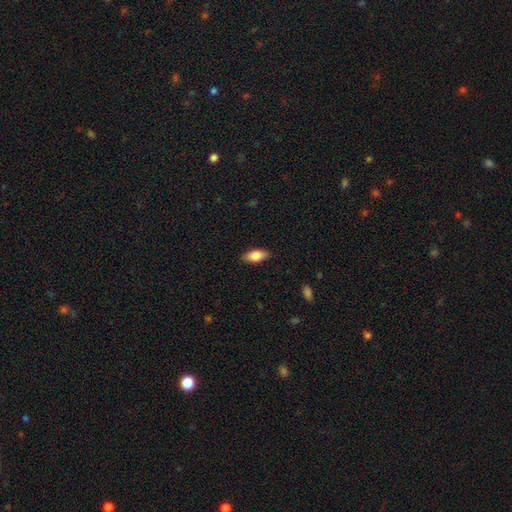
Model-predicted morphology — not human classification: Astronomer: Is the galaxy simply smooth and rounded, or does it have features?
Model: smooth — 78%.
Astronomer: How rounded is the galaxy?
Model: in between — 85%.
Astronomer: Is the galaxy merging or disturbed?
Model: none — 88%.